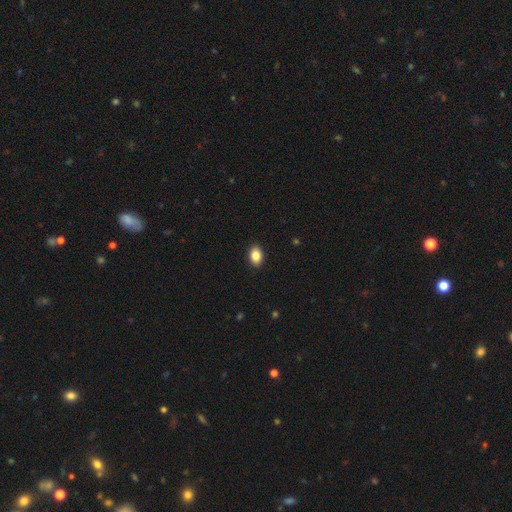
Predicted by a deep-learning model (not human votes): smooth_or_featured: smooth (p=0.86) [alt: star or artifact p=0.08]
how_rounded: in between (p=0.81) [alt: round p=0.18]
merging: none (p=0.91) [alt: minor disturbance p=0.07]